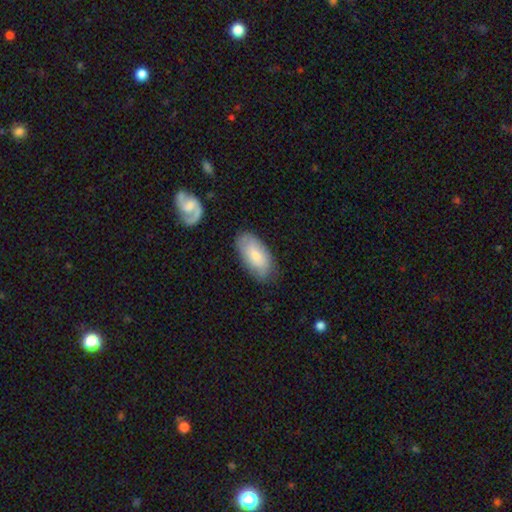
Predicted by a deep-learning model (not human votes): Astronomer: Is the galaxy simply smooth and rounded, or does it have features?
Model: smooth — 64%.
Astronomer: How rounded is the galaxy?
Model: in between — 93%.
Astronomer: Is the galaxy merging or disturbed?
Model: none — 74%.